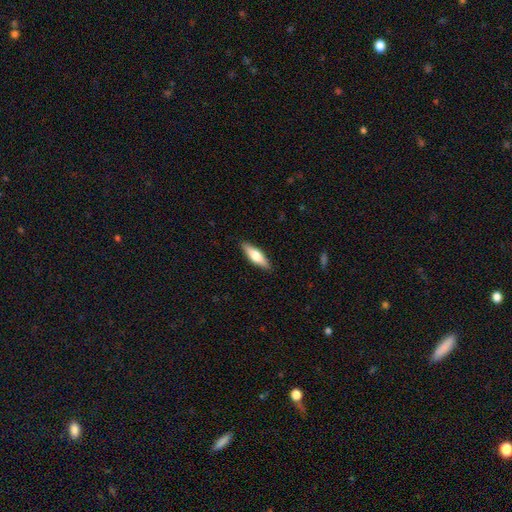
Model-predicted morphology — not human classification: A smooth galaxy with no disk features (59%) that is cigar-shaped (53%).

Vote fractions:
- Smooth or featured? smooth: 59% / featured or disk: 35% / star or artifact: 6%
- How rounded? cigar-shaped: 53% / in between: 45% / round: 2%
- Merging? none: 90% / minor disturbance: 8% / major disturbance: 2% / merger: 1%